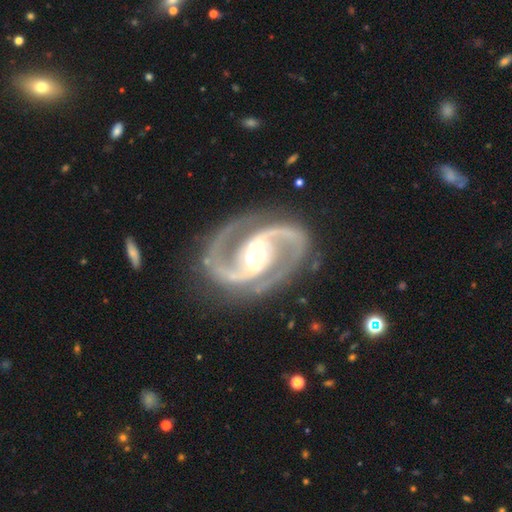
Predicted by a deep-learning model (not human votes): A featured or disk galaxy (94%) with a strong bar (37%), 2 (94%) medium (64%) spiral arms (99%) and a moderate central bulge (64%). Merging: none (82%).